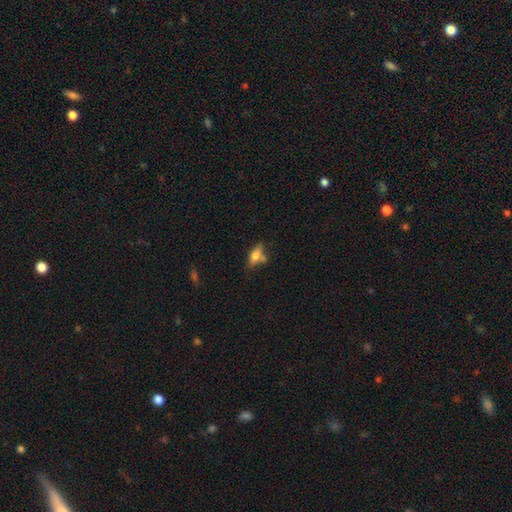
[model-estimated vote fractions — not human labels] smooth-or-featured: smooth: 62% | featured or disk: 29% | star or artifact: 9%
  how-rounded: in between: 69% | cigar-shaped: 25% | round: 5%
  merging: none: 53% | minor disturbance: 20% | merger: 20% | major disturbance: 8%